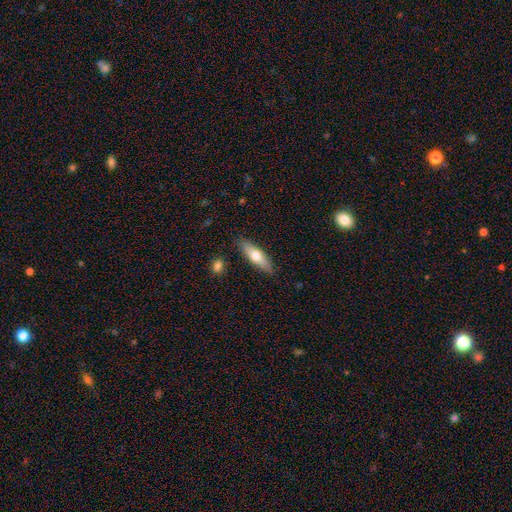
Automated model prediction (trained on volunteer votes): smooth 64%, featured or disk 31%, star or artifact 6%. Down the decision tree: how rounded — cigar-shaped (53%); merging — none (86%).